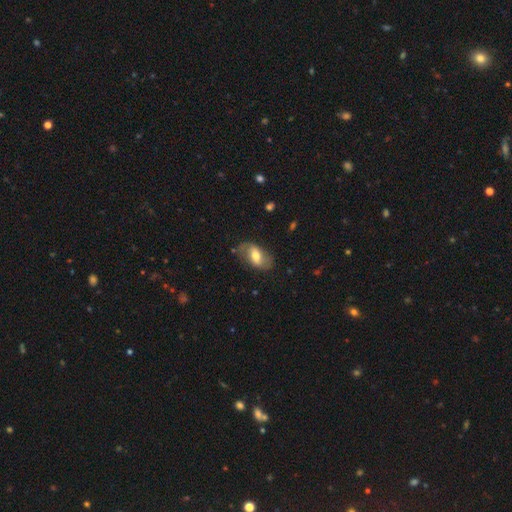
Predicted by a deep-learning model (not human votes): smooth_or_featured: featured or disk (p=0.51) [alt: smooth p=0.42]
disk_edge_on: no (p=0.92) [alt: yes p=0.08]
merging: none (p=0.69) [alt: minor disturbance p=0.20]